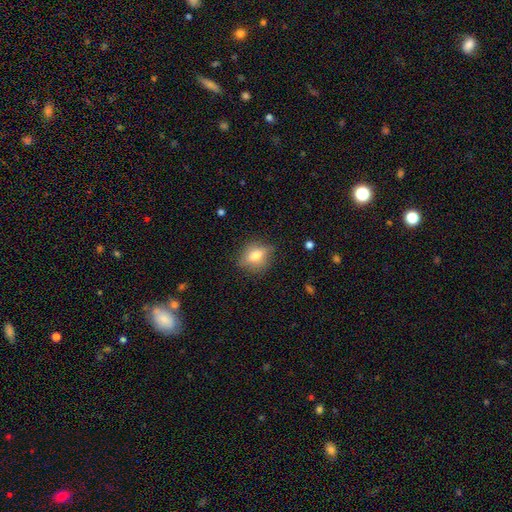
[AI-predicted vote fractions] The model was most divided on "how rounded" (2-way tie): in between: 46%, round: 46%, cigar-shaped: 8%. More confident: merging — none (78%); smooth or featured — smooth (54%).